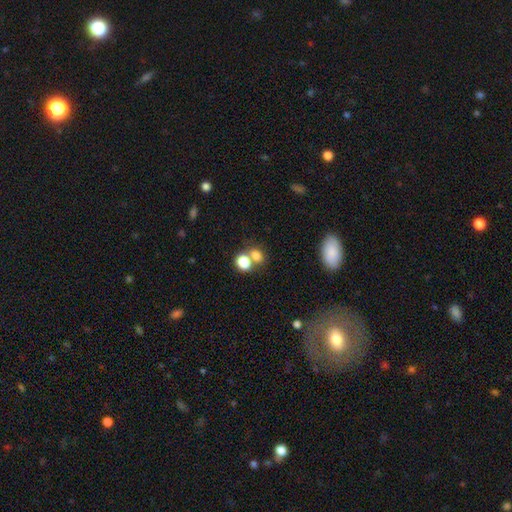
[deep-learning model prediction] smooth_or_featured: smooth (p=0.77) [alt: star or artifact p=0.14]
how_rounded: round (p=0.57) [alt: in between p=0.42]
merging: none (p=0.45) [alt: merger p=0.42]